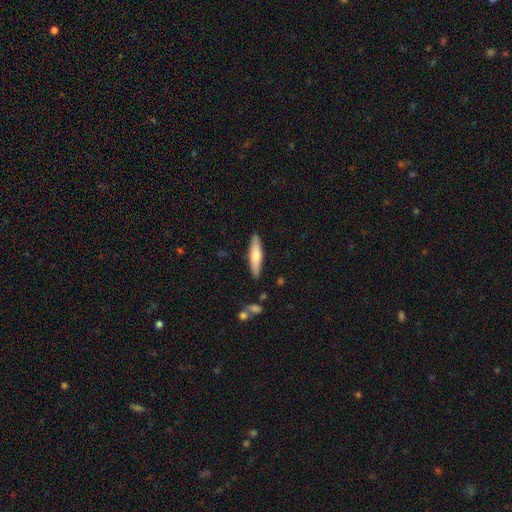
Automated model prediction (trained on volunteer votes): Smooth or featured: smooth — 65% (featured or disk — 30%)
How rounded: cigar-shaped — 77% (in between — 22%)
Merging: none — 87% (minor disturbance — 9%)